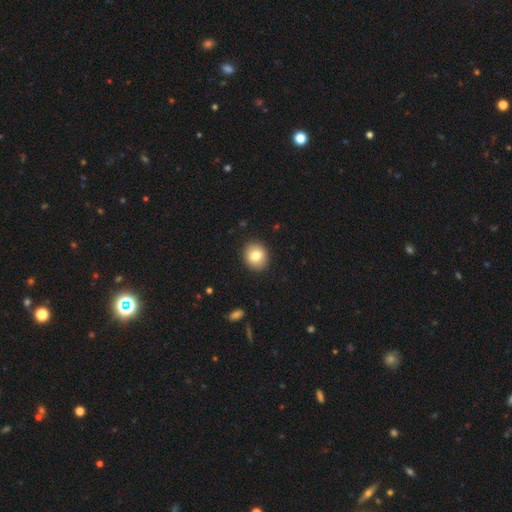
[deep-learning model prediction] smooth_or_featured: smooth (p=0.79) [alt: featured or disk p=0.12]
how_rounded: round (p=0.71) [alt: in between p=0.28]
merging: none (p=0.90) [alt: minor disturbance p=0.07]